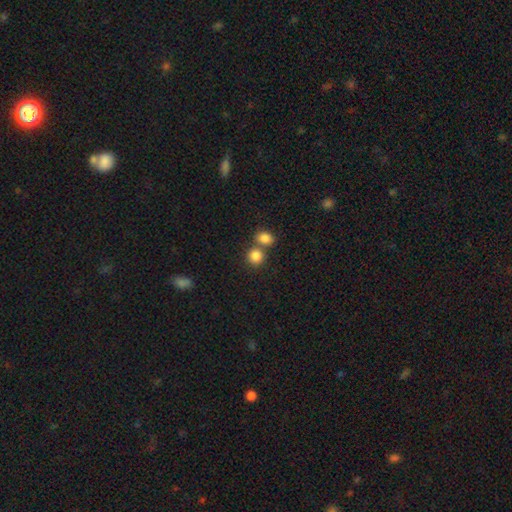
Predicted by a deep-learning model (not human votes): This is clearly a smooth galaxy (84%). How rounded: clearly round (83%). Merging: possibly none (53%).